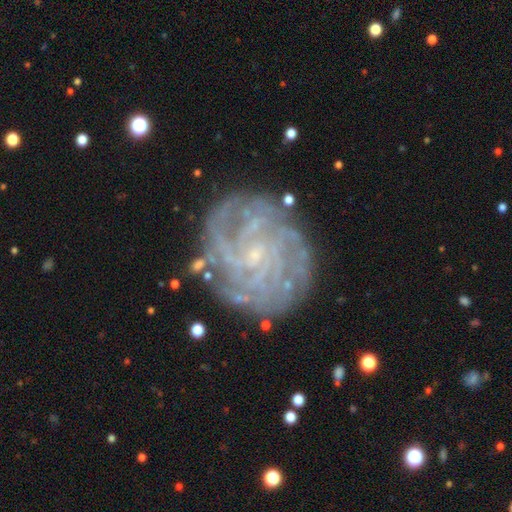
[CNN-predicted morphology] The model was most divided on "spiral arm count": can't tell: 29%, 4: 22%, more than 4: 19%, 3: 12%, 2: 10%, 1: 8%. More confident: edge-on disk — no (98%); spiral arms — yes (96%); smooth or featured — featured or disk (86%); merging — none (80%); bulge size — small (79%); spiral winding — tight (72%); bar — no (54%).